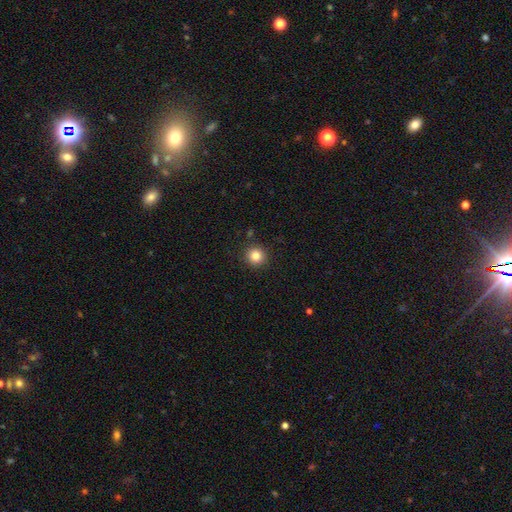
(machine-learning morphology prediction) This appears to be a smooth galaxy with no disk features (83%) that is round (94%). Merging: none (91%).